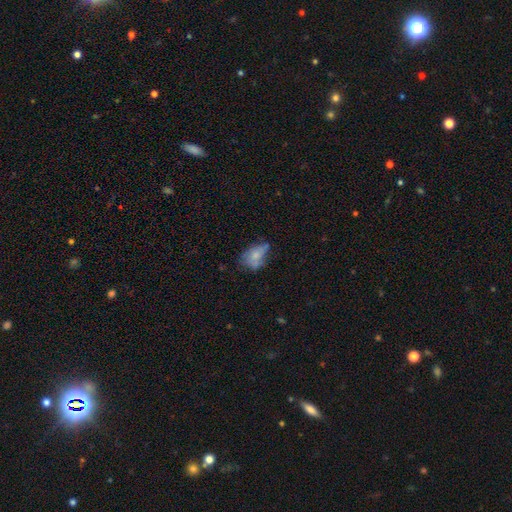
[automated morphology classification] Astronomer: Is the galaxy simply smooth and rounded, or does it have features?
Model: smooth — 61%.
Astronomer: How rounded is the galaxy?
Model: in between — 78%.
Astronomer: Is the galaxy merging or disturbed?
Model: none — 36% (runner-up: minor disturbance, 31%).